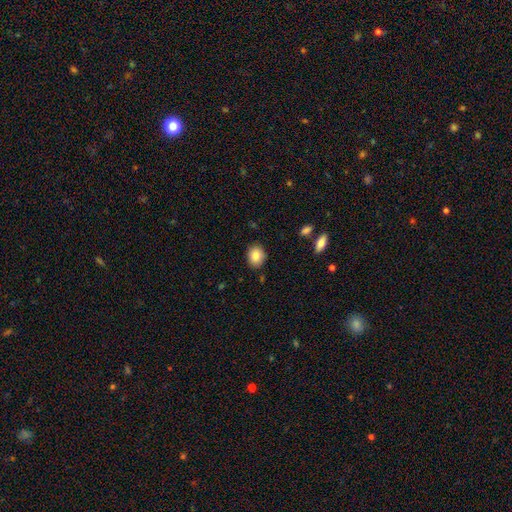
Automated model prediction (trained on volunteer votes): Morphology: type=smooth (84%); roundness=round (64%); merging=none (87%).